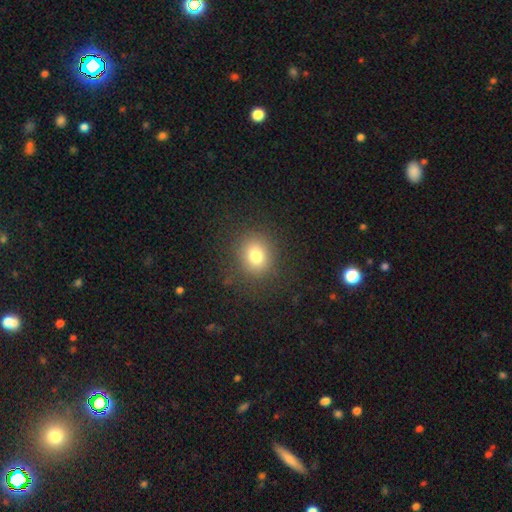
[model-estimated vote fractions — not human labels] smooth-or-featured: smooth: 78% | star or artifact: 13% | featured or disk: 8%
  how-rounded: round: 80% | in between: 19% | cigar-shaped: 1%
  merging: none: 86% | minor disturbance: 8% | major disturbance: 4% | merger: 1%